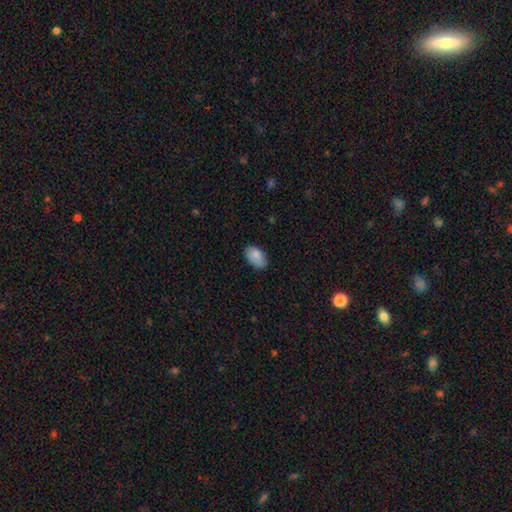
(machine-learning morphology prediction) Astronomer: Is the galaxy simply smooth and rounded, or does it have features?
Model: smooth — 85%.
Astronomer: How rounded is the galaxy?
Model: in between — 94%.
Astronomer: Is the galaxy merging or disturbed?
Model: none — 78%.